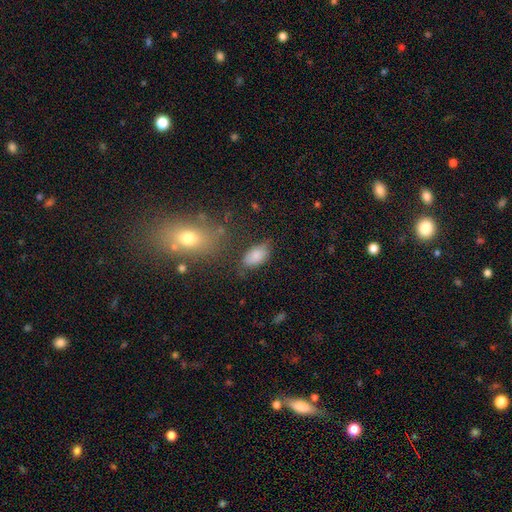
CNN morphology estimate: smooth_or_featured: smooth (p=0.83) [alt: featured or disk p=0.09]
how_rounded: in between (p=0.93) [alt: round p=0.05]
merging: none (p=0.68) [alt: minor disturbance p=0.20]